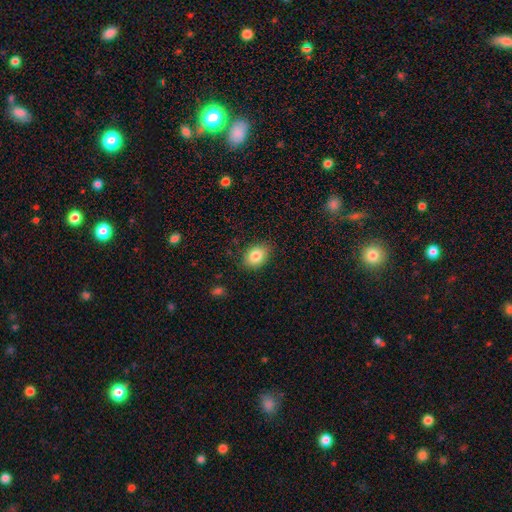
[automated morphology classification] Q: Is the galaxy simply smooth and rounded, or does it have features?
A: smooth — 83%.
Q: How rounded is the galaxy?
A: in between — 71%.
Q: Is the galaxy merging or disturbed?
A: none — 84%.